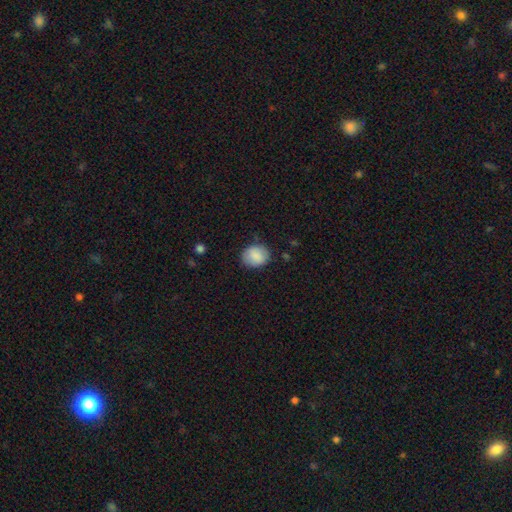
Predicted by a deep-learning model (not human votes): A smooth galaxy with no disk features (84%) that is round (56%). Merging: none (80%).